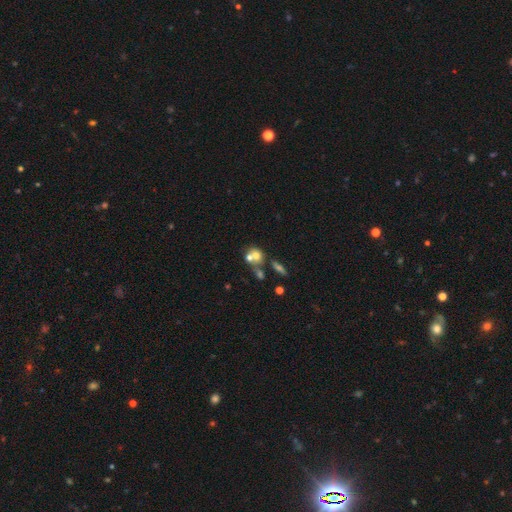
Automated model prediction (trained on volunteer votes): Overall: smooth (59%; featured or disk 27%). How rounded: round (64%; in between 34%). Merging: merger (51%; none 33%).